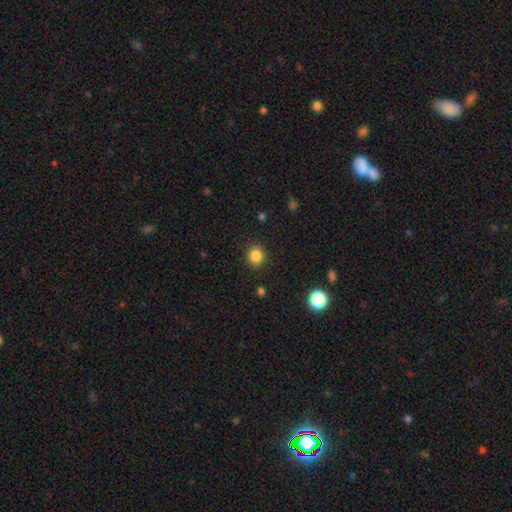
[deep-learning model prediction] smooth 85%, star or artifact 11%, featured or disk 4%. Down the decision tree: how rounded — round (83%); merging — none (90%).